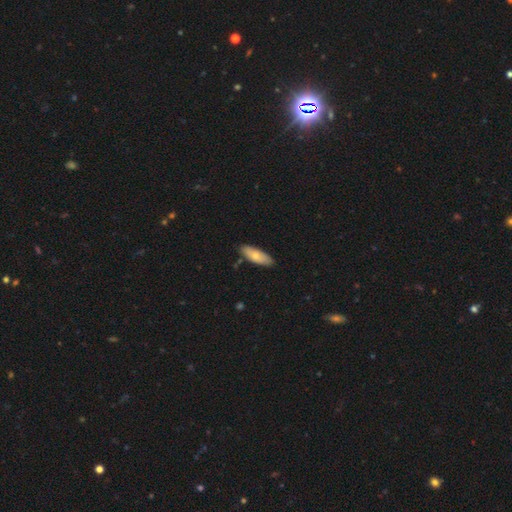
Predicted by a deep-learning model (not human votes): A smooth galaxy with no disk features (73%) that is in between round and cigar-shaped (64%). Merging: none (85%).